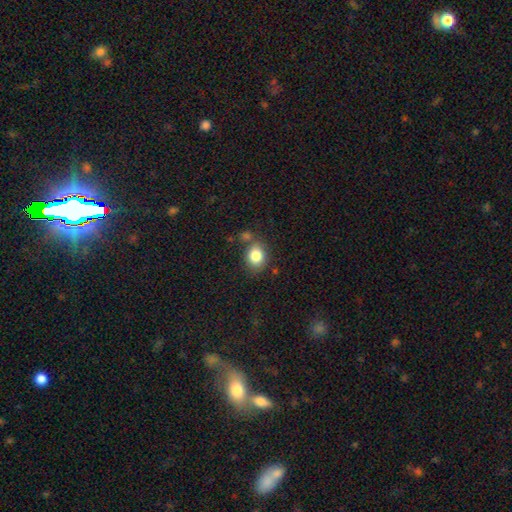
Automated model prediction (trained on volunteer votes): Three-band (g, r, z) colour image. It shows a smooth galaxy with no disk features (83%) that is round (56%). Merging: none (69%).